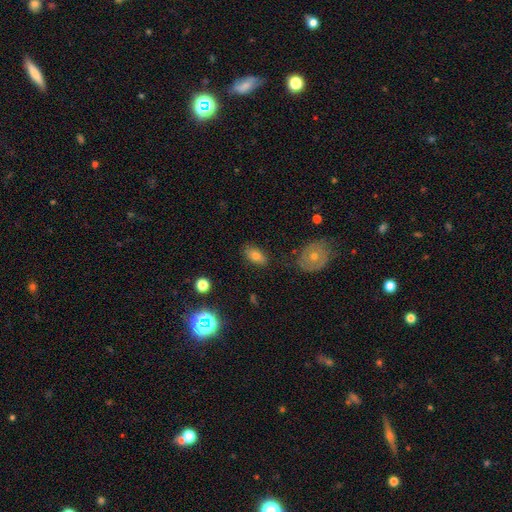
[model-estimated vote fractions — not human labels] smooth 75%, featured or disk 15%, star or artifact 10%. Down the decision tree: how rounded — in between (89%); merging — none (78%).